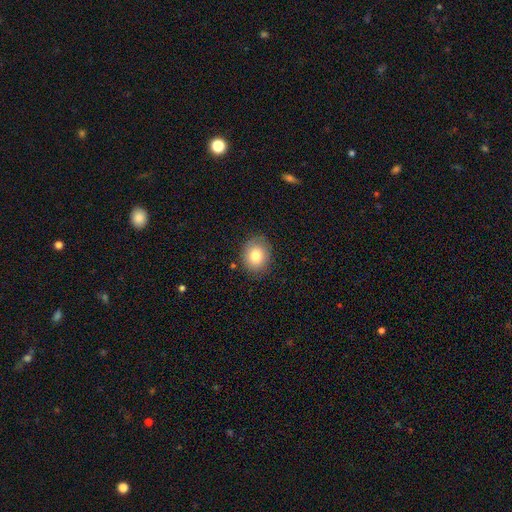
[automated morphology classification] Overall: smooth (81%). How rounded: round (59%; in between 40%). Merging: none (82%).